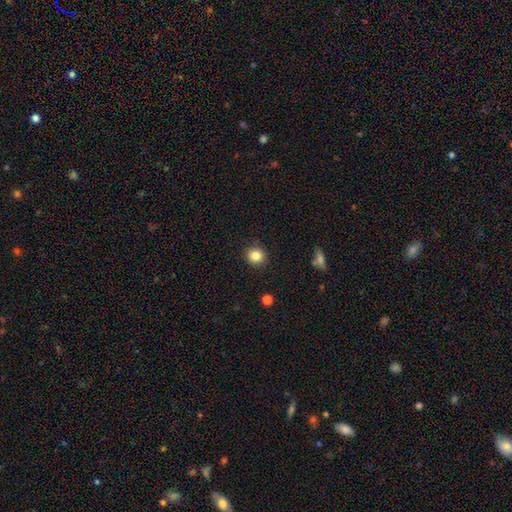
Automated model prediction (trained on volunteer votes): Q: Smooth or featured?
A: smooth (84%); runner-up: star or artifact (10%)
Q: How rounded?
A: round (88%); runner-up: in between (11%)
Q: Merging?
A: none (89%); runner-up: minor disturbance (7%)